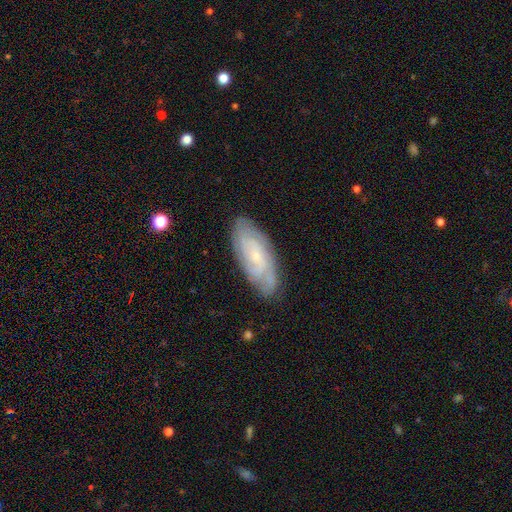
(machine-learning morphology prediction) This is likely a featured or disk galaxy (73%). It is clearly not viewed edge-on (91%). Bar: likely no (66%). Spiral arm pattern: clearly yes (93%). Spiral arm count: marginally can't tell (42%). Spiral winding: likely tight (64%). Central bulge: likely small (75%). Merging: likely none (79%).